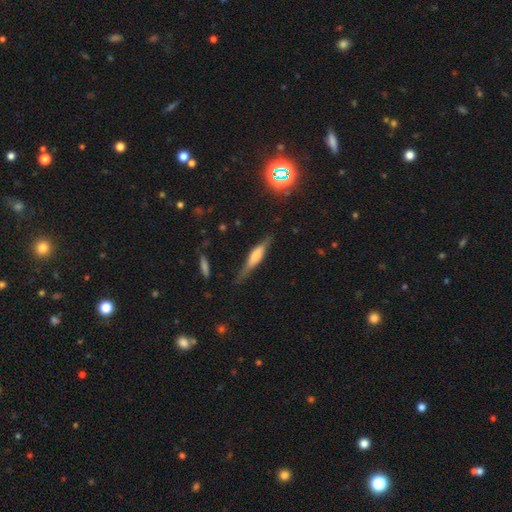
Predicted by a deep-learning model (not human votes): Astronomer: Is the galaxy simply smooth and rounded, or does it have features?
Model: featured or disk — 51% (runner-up: smooth, 41%).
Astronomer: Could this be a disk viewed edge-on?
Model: yes — 92%.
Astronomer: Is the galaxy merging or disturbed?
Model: none — 72%.